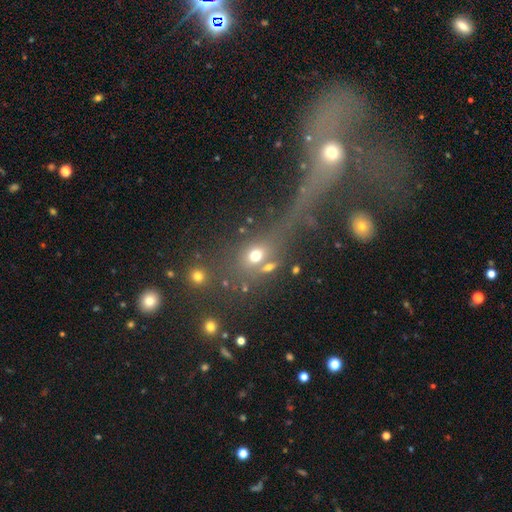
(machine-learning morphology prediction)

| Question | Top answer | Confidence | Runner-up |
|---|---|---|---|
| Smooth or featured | smooth | 60% | star or artifact (22%) |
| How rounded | round | 52% | in between (41%) |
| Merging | none | 45% | merger (28%) |